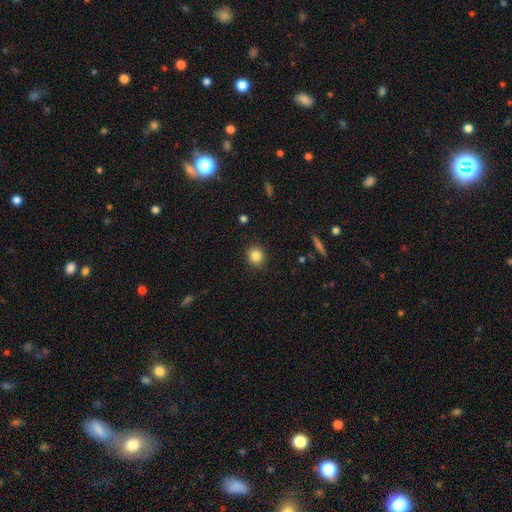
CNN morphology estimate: This appears to be a smooth galaxy with no disk features (84%) that is round (86%). Merging: none (91%).